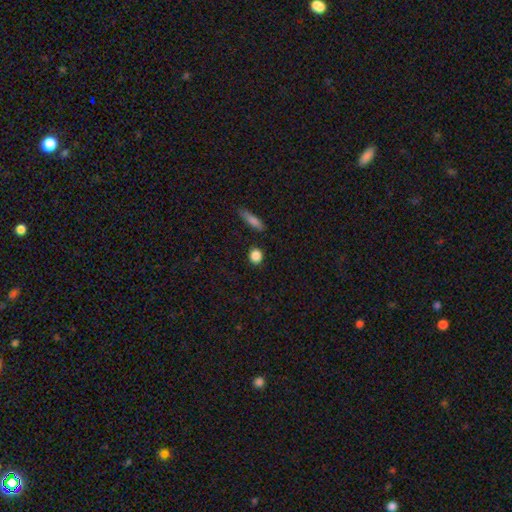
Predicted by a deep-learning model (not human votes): This is clearly a smooth galaxy (87%). How rounded: likely round (79%). Merging: clearly none (88%).